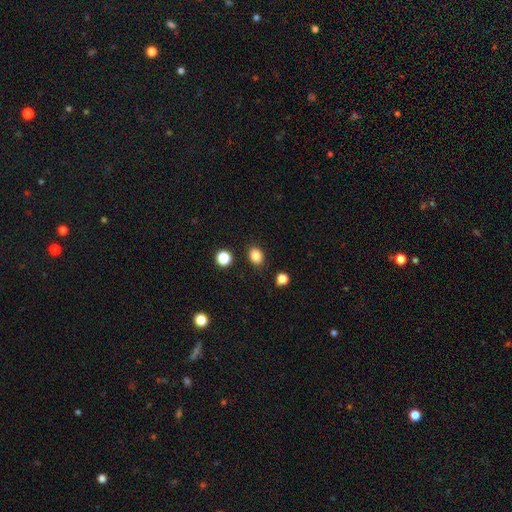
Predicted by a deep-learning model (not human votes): The model was most divided on "how rounded": in between: 60%, round: 39%, cigar-shaped: 1%. More confident: merging — none (86%); smooth or featured — smooth (85%).